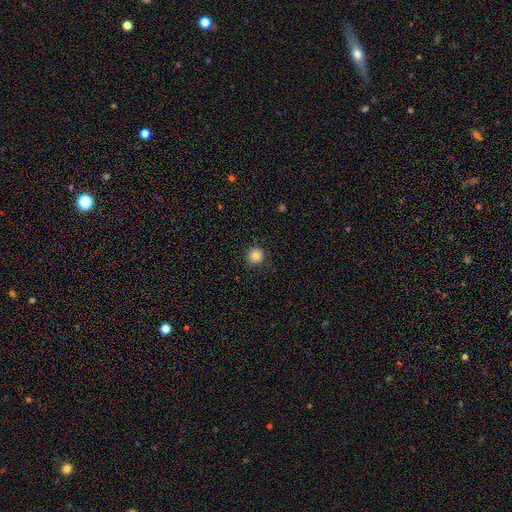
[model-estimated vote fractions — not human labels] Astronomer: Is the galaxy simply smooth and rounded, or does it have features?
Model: smooth — 83%.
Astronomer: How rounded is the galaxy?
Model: round — 92%.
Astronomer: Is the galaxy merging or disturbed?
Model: none — 89%.